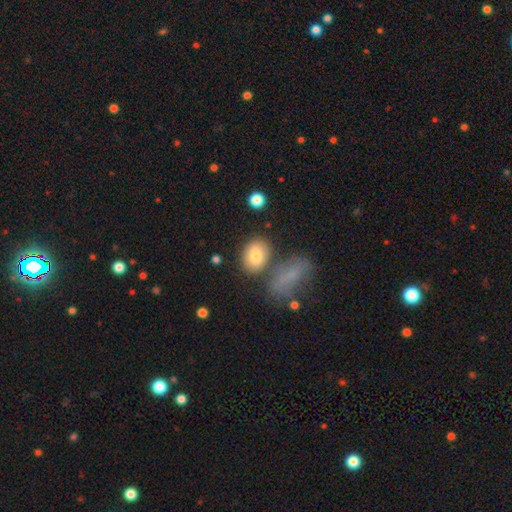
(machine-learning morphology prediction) Smooth or featured? Predicted: smooth (p=0.80). How rounded? Predicted: in between (p=0.75). Merging? Predicted: none (p=0.68).